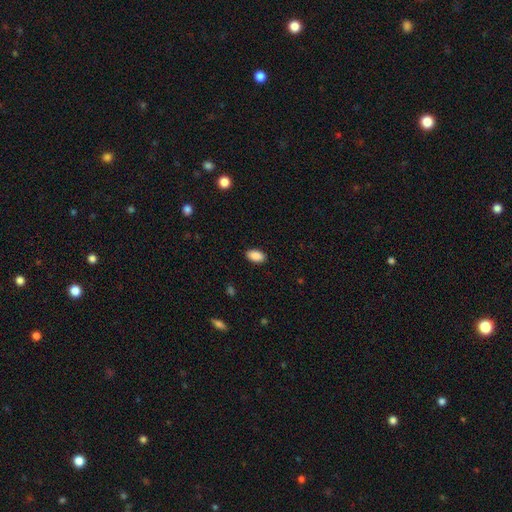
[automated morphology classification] smooth_or_featured: smooth (p=0.90) [alt: star or artifact p=0.07]
how_rounded: in between (p=0.94) [alt: round p=0.04]
merging: none (p=0.89) [alt: minor disturbance p=0.08]